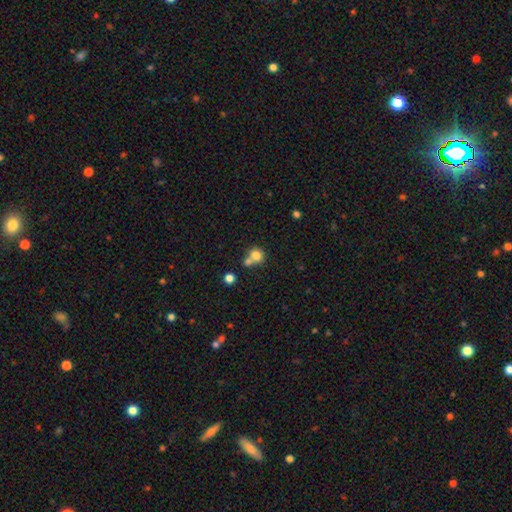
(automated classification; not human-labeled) This appears to be a smooth galaxy with no disk features (79%) that is round (80%). Merging: merger (45%).